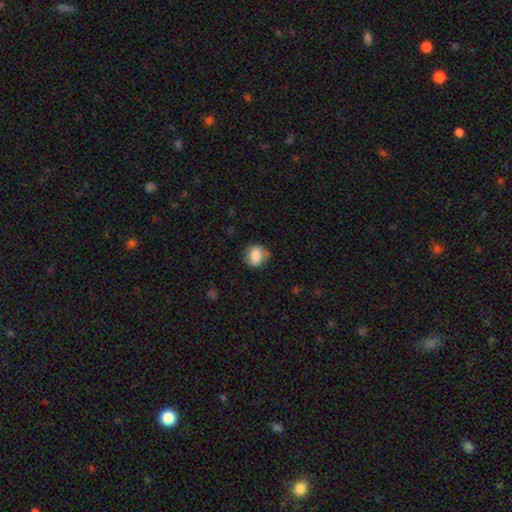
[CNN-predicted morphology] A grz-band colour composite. It shows a smooth galaxy with no disk features (79%) that is round (53%). Merging: none (66%).